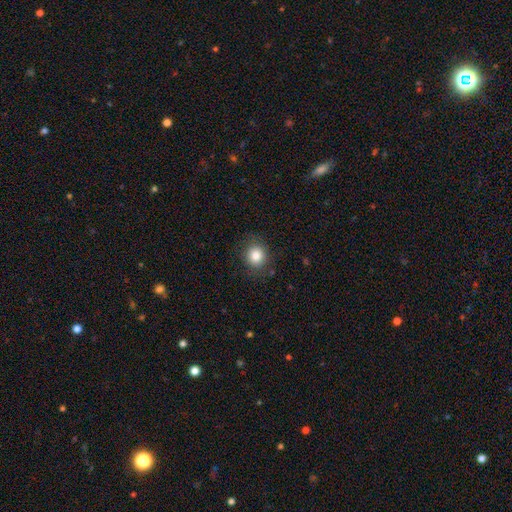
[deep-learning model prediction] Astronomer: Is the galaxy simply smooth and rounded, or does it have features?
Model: smooth — 84%.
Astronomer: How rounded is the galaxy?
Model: round — 84%.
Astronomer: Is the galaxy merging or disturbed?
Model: none — 86%.